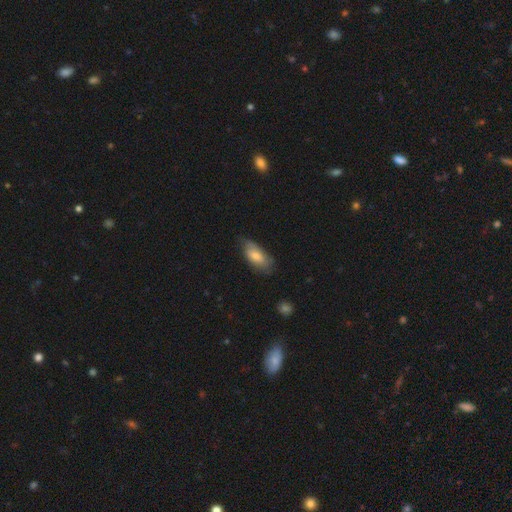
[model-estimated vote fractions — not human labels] A smooth galaxy with no disk features (74%) that is in between round and cigar-shaped (87%).

Vote fractions:
- Smooth or featured? smooth: 74% / featured or disk: 20% / star or artifact: 6%
- How rounded? in between: 87% / cigar-shaped: 10% / round: 2%
- Merging? none: 65% / minor disturbance: 27% / major disturbance: 6% / merger: 1%